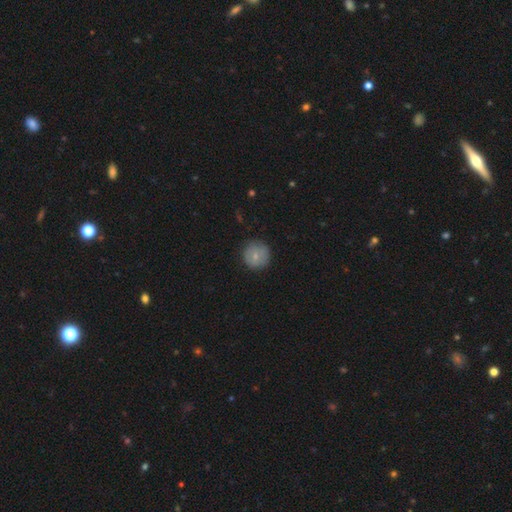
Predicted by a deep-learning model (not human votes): Smooth or featured? Predicted: smooth (p=0.73). How rounded? Predicted: round (p=0.94). Merging? Predicted: none (p=0.84).